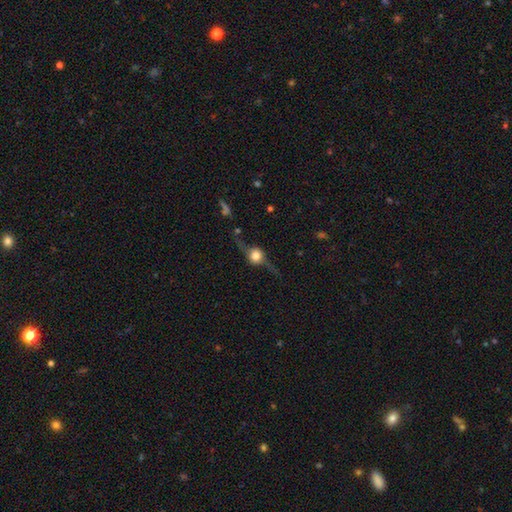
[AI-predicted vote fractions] smooth-or-featured: featured or disk: 73% | smooth: 19% | star or artifact: 8%
  disk-edge-on: yes: 75% | no: 25%
    edge-on-bulge: rounded: 95% | boxy: 3% | none: 1%
  merging: none: 67% | minor disturbance: 17% | major disturbance: 12% | merger: 3%